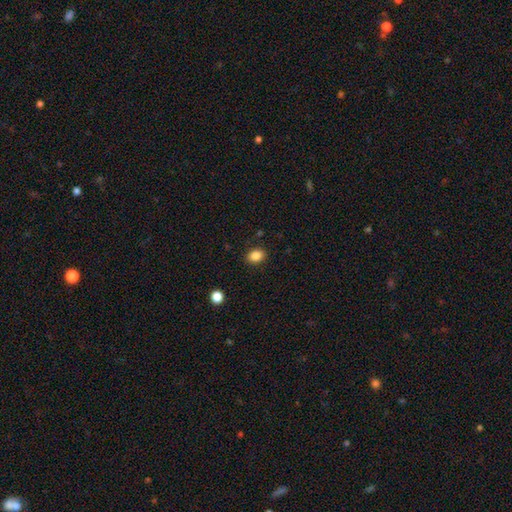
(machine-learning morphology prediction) Smooth or featured: smooth — 86% (star or artifact — 10%)
How rounded: in between — 67% (round — 32%)
Merging: none — 87% (minor disturbance — 9%)